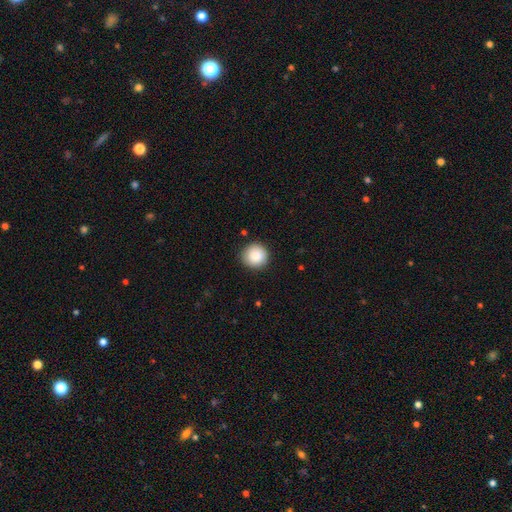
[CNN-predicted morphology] This is clearly a smooth galaxy (89%). How rounded: clearly round (95%). Merging: clearly none (90%).